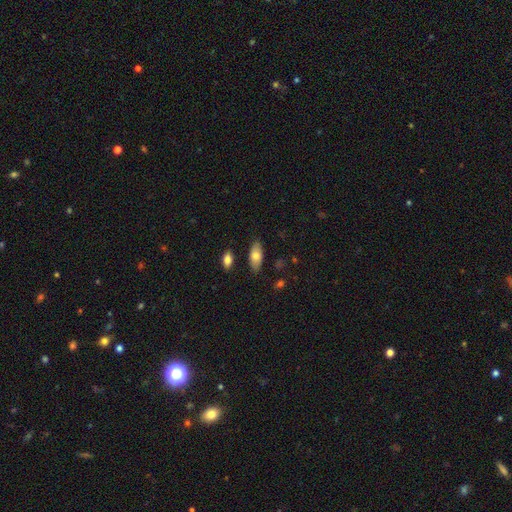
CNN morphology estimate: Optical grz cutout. It shows a smooth galaxy with no disk features (75%) that is in between round and cigar-shaped (85%). Merging: none (84%).